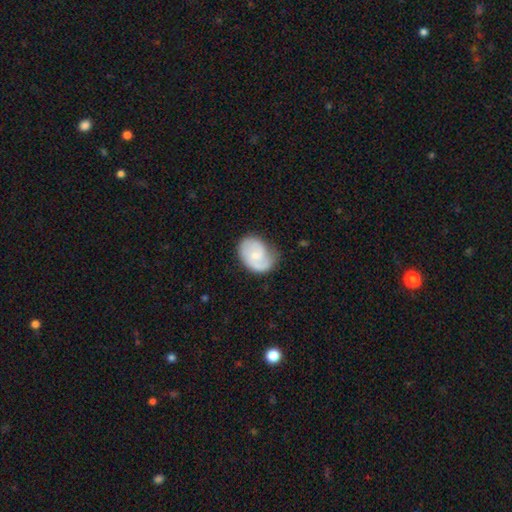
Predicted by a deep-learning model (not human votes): Morphology: type=featured or disk (57%); edge-on=no (98%); bar=no (62%); spiral arms=yes (89%); bulge=small (59%); merging=none (59%).